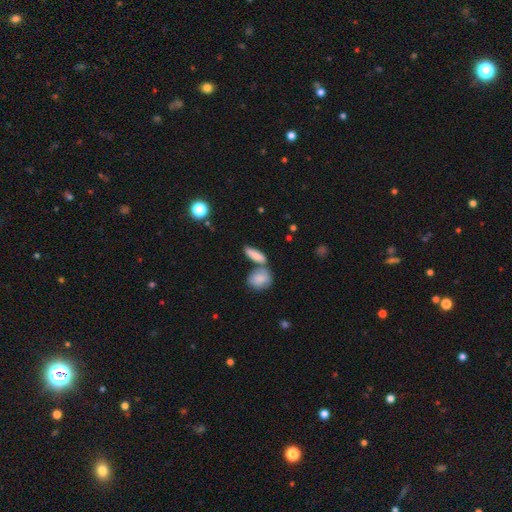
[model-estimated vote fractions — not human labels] Overall: smooth (81%). How rounded: in between (61%; cigar-shaped 30%). Merging: none (50%; merger 34%).